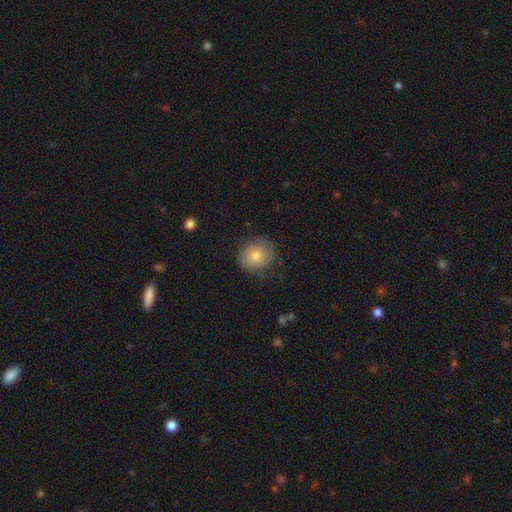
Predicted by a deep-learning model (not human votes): Smooth or featured: smooth — 74% (featured or disk — 16%)
How rounded: round — 75% (in between — 24%)
Merging: none — 81% (minor disturbance — 14%)